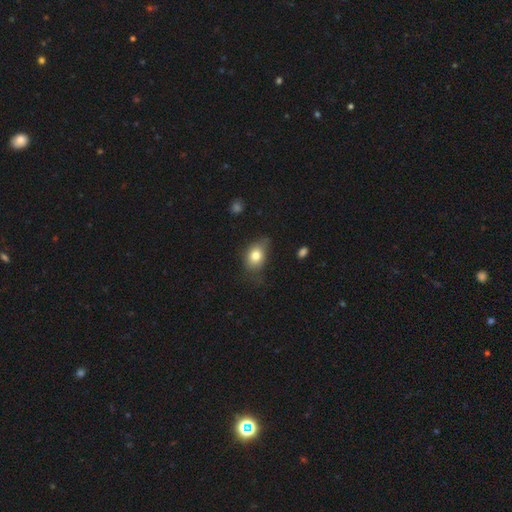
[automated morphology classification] Smooth or featured? Predicted: smooth (p=0.78). How rounded? Predicted: in between (p=0.70). Merging? Predicted: none (p=0.52).